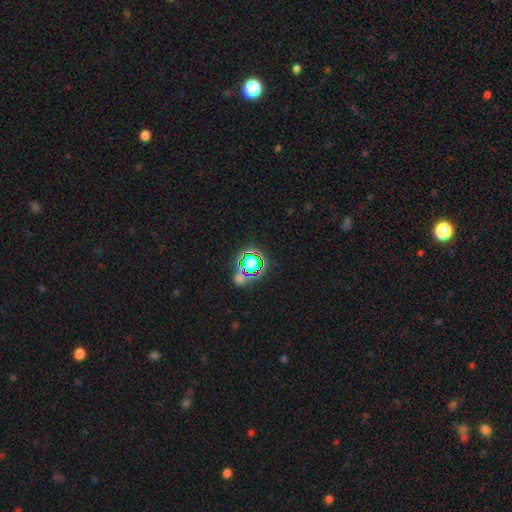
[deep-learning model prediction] A star or artifact, not a galaxy (63%).